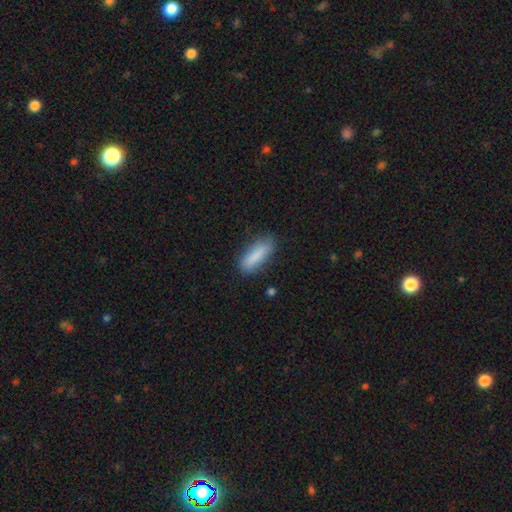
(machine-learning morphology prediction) Smooth or featured? Predicted: smooth (p=0.84). How rounded? Predicted: in between (p=0.50). Merging? Predicted: none (p=0.79).